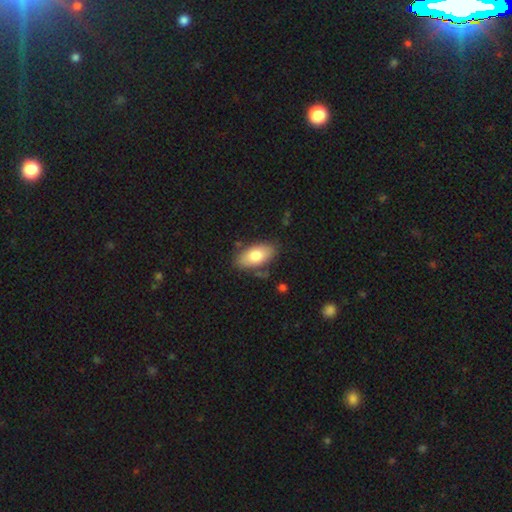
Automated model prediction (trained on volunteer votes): smooth_or_featured: smooth (p=0.77) [alt: featured or disk p=0.17]
how_rounded: in between (p=0.92) [alt: cigar-shaped p=0.05]
merging: none (p=0.80) [alt: minor disturbance p=0.14]